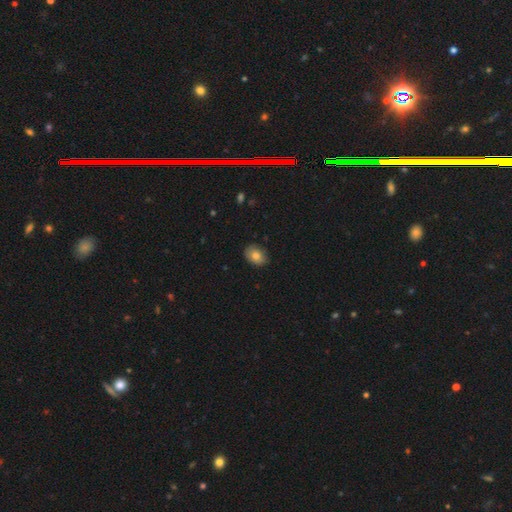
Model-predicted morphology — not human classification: A smooth galaxy with no disk features (80%) that is in between round and cigar-shaped (70%).

Vote fractions:
- Smooth or featured? smooth: 80% / featured or disk: 12% / star or artifact: 8%
- How rounded? in between: 70% / round: 29% / cigar-shaped: 1%
- Merging? none: 80% / minor disturbance: 17% / major disturbance: 2% / merger: 1%